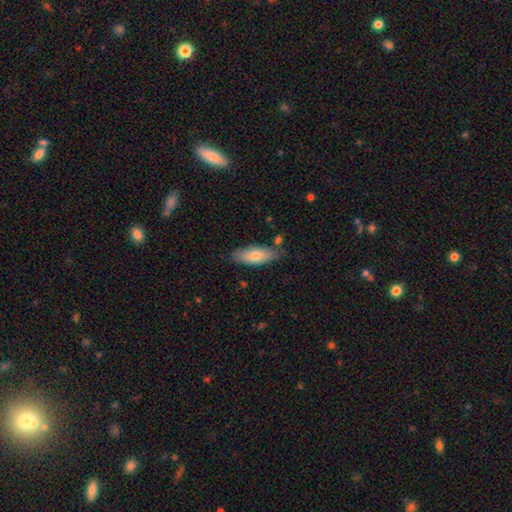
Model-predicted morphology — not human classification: smooth_or_featured: smooth (p=0.74) [alt: featured or disk p=0.20]
how_rounded: in between (p=0.71) [alt: cigar-shaped p=0.27]
merging: none (p=0.77) [alt: minor disturbance p=0.17]